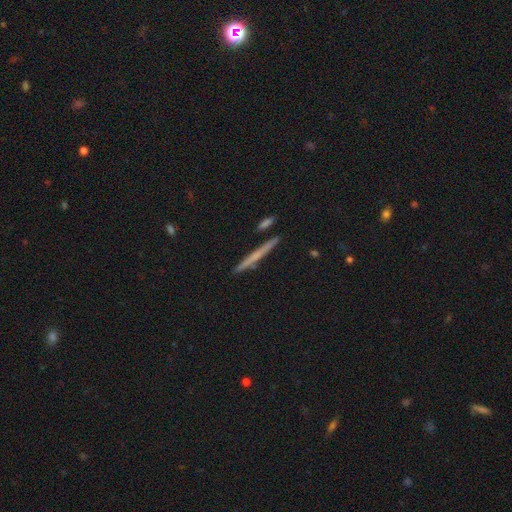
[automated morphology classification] A featured or disk galaxy (51%) viewed edge-on (97%). Merging: none (88%).